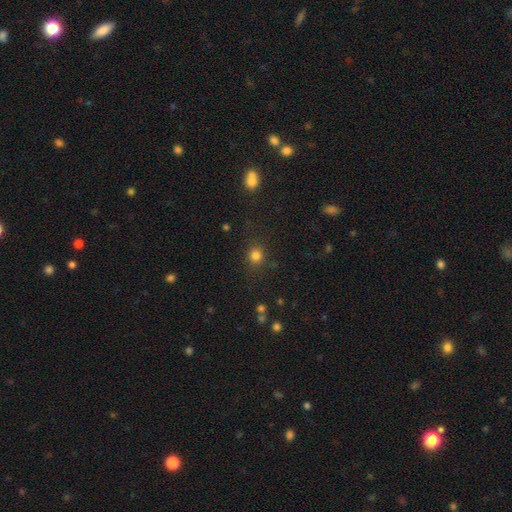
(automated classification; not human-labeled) A smooth galaxy with no disk features (81%) that is round (87%). Merging: none (84%).